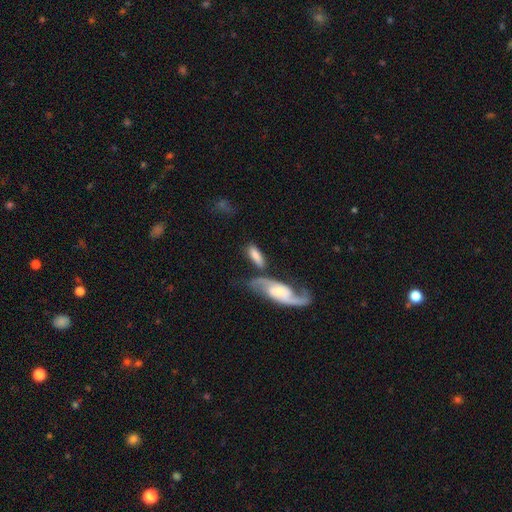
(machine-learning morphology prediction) smooth_or_featured: smooth (p=0.62) [alt: featured or disk p=0.32]
how_rounded: in between (p=0.68) [alt: cigar-shaped p=0.28]
merging: none (p=0.46) [alt: merger p=0.26]